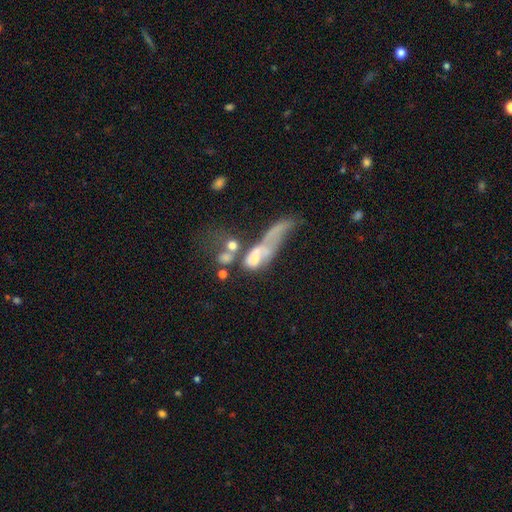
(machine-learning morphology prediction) Q: Smooth or featured?
A: featured or disk (46%); runner-up: smooth (40%)
Q: Merging?
A: merger (42%); runner-up: major disturbance (36%)